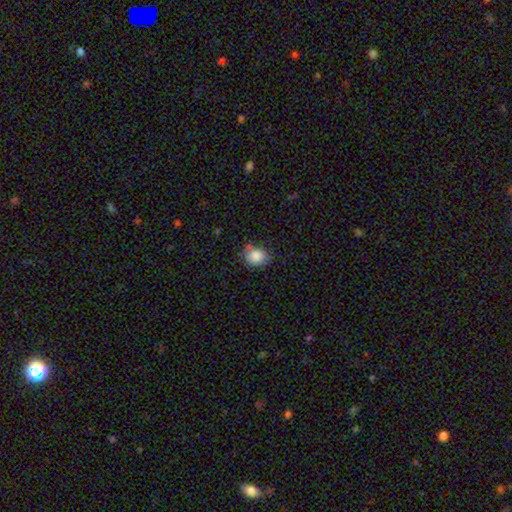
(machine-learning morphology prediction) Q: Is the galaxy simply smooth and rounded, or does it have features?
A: smooth — 86%.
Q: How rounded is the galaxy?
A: round — 57%.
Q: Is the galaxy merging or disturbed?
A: none — 67%.